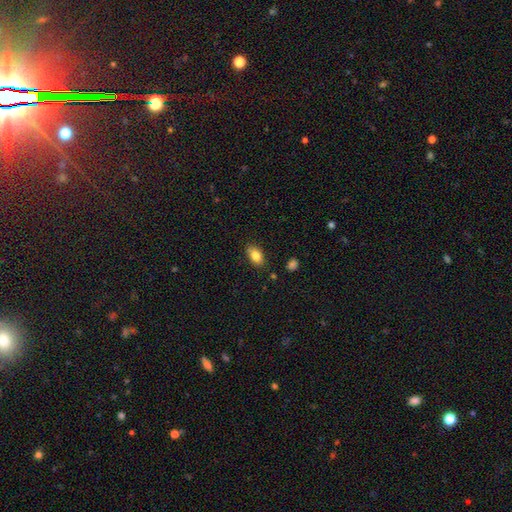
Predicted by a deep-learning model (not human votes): Q: Smooth or featured?
A: smooth (83%); runner-up: featured or disk (9%)
Q: How rounded?
A: in between (88%); runner-up: round (10%)
Q: Merging?
A: none (81%); runner-up: minor disturbance (14%)